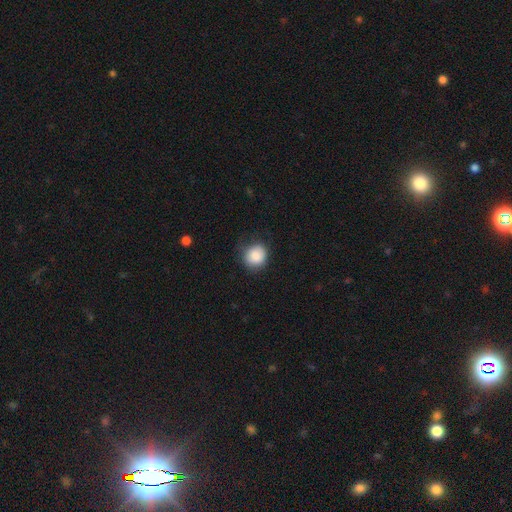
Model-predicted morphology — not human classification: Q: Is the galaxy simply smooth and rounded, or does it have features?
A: smooth — 87%.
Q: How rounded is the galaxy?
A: round — 82%.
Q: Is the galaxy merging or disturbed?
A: none — 73%.